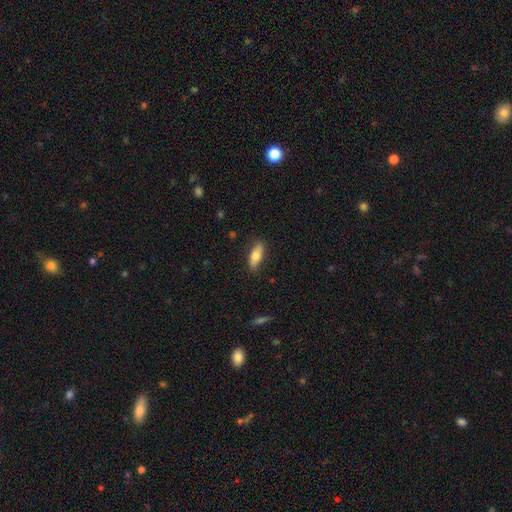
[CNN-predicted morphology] This appears to be a smooth galaxy with no disk features (73%) that is in between round and cigar-shaped (67%). Merging: none (83%).